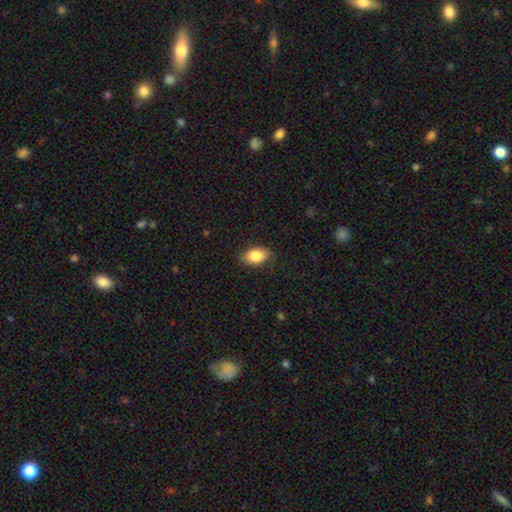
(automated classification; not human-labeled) The model was most divided on "merging": none: 82%, minor disturbance: 14%, major disturbance: 3%, merger: 1%. More confident: how rounded — in between (88%); smooth or featured — smooth (86%).